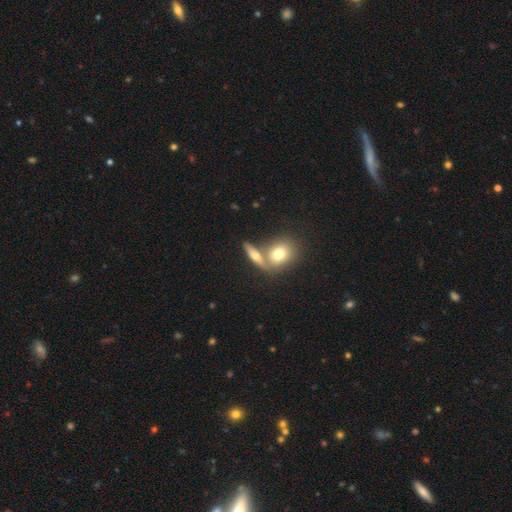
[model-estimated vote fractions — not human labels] Smooth or featured?
  - smooth: 56% *
  - featured or disk: 37%
  - star or artifact: 7%
How rounded?
  - in between: 48% *
  - cigar-shaped: 28%
  - round: 24%
Merging?
  - none: 51% *
  - merger: 36%
  - minor disturbance: 10%
  - major disturbance: 4%